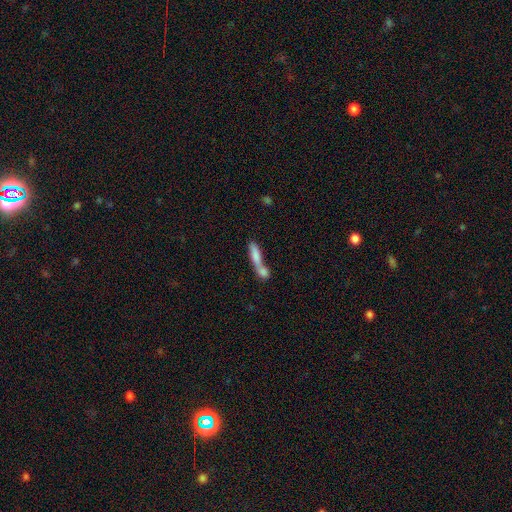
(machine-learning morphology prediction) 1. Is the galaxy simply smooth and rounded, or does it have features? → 74% smooth, 19% featured or disk, 7% star or artifact.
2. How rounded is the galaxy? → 67% cigar-shaped, 30% in between, 4% round.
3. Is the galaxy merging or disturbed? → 65% merger, 22% none, 7% minor disturbance, 5% major disturbance.